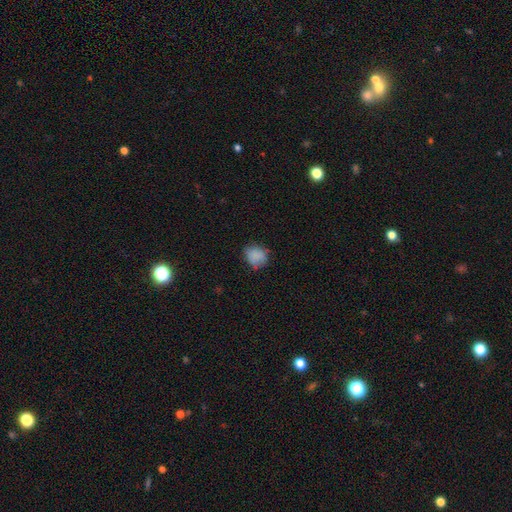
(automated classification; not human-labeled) Smooth or featured: smooth — 84% (star or artifact — 9%)
How rounded: round — 60% (in between — 39%)
Merging: none — 69% (minor disturbance — 24%)